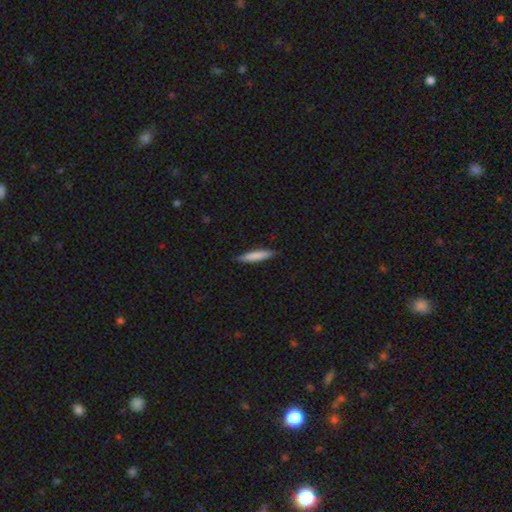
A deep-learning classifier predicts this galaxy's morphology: Q: Smooth or featured?
A: smooth (76%); runner-up: featured or disk (18%)
Q: How rounded?
A: cigar-shaped (90%); runner-up: in between (9%)
Q: Merging?
A: none (88%); runner-up: minor disturbance (9%)